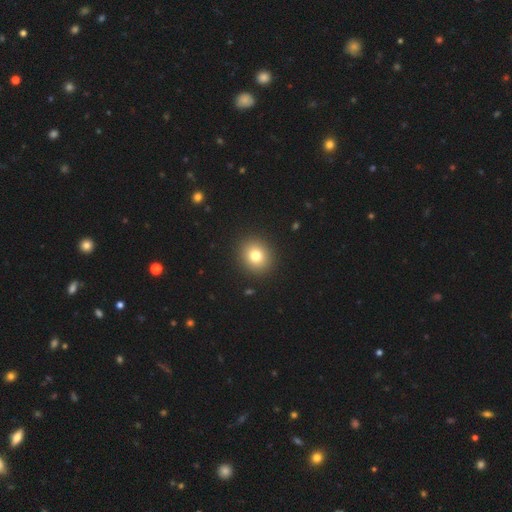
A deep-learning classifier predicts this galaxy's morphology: A smooth galaxy with no disk features (79%) that is round (78%).

Vote fractions:
- Smooth or featured? smooth: 79% / star or artifact: 12% / featured or disk: 10%
- How rounded? round: 78% / in between: 21% / cigar-shaped: 1%
- Merging? none: 92% / minor disturbance: 5% / major disturbance: 2% / merger: 1%